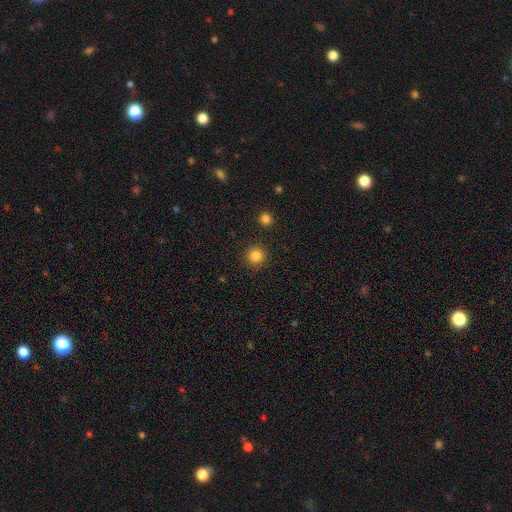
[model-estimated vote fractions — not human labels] Smooth or featured?
  - smooth: 85% *
  - star or artifact: 11%
  - featured or disk: 4%
How rounded?
  - round: 94% *
  - in between: 5%
  - cigar-shaped: 1%
Merging?
  - none: 90% *
  - minor disturbance: 6%
  - major disturbance: 2%
  - merger: 2%